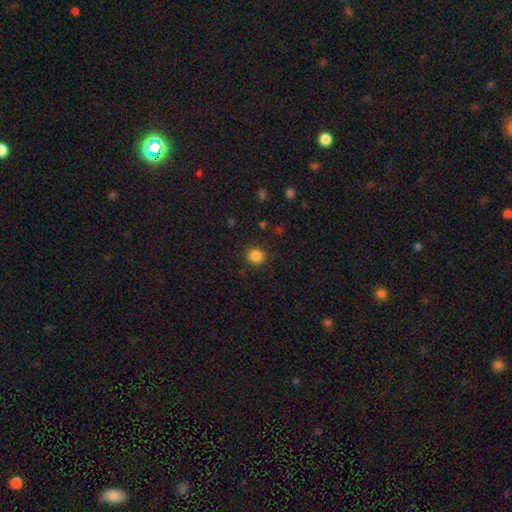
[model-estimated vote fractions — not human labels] Q: Smooth or featured?
A: smooth (85%); runner-up: star or artifact (11%)
Q: How rounded?
A: round (90%); runner-up: in between (9%)
Q: Merging?
A: none (89%); runner-up: minor disturbance (7%)